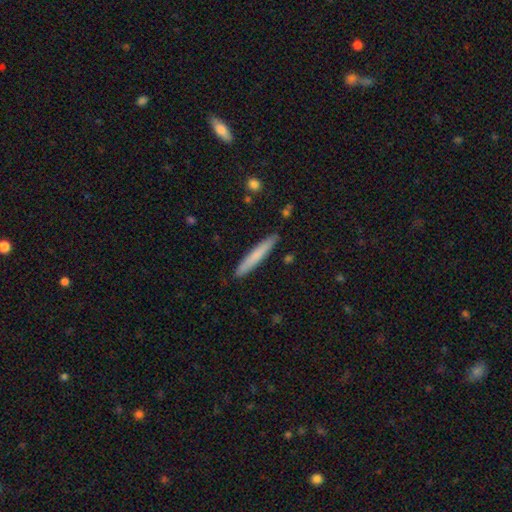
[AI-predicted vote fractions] Smooth or featured?
  - smooth: 73% *
  - featured or disk: 22%
  - star or artifact: 6%
How rounded?
  - cigar-shaped: 96% *
  - in between: 3%
  - round: 1%
Merging?
  - none: 90% *
  - minor disturbance: 7%
  - merger: 1%
  - major disturbance: 1%